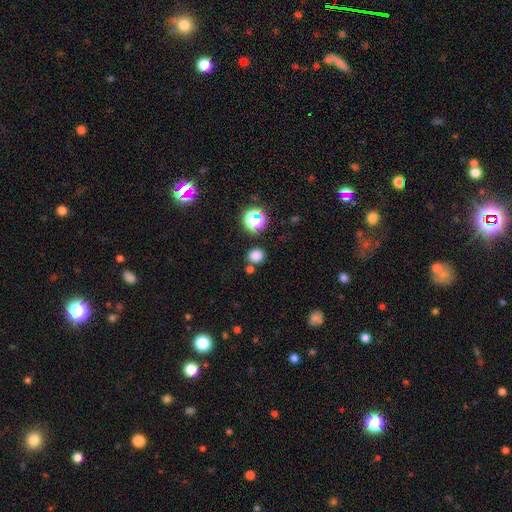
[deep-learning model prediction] smooth_or_featured: smooth (p=0.77) [alt: star or artifact p=0.18]
how_rounded: round (p=0.86) [alt: in between p=0.13]
merging: none (p=0.78) [alt: merger p=0.10]